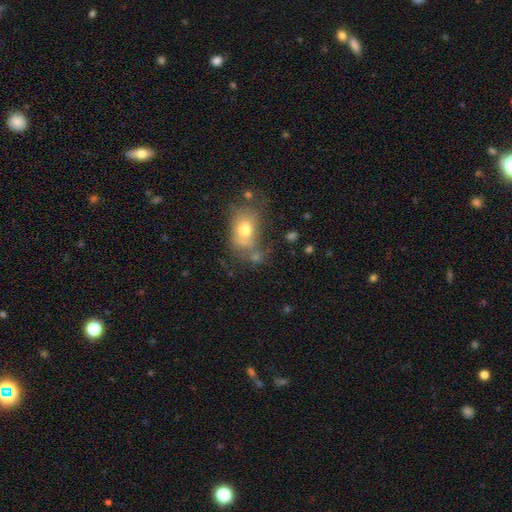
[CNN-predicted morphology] A smooth galaxy with no disk features (66%) that is in between round and cigar-shaped (69%). Merging: none (45%).